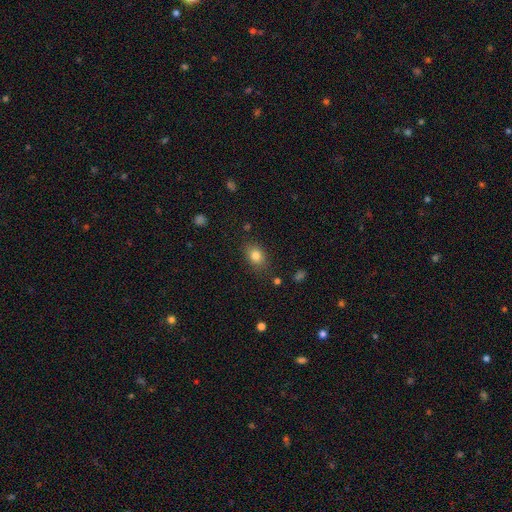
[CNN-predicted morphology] A smooth galaxy with no disk features (81%) that is in between round and cigar-shaped (68%). Merging: none (80%).